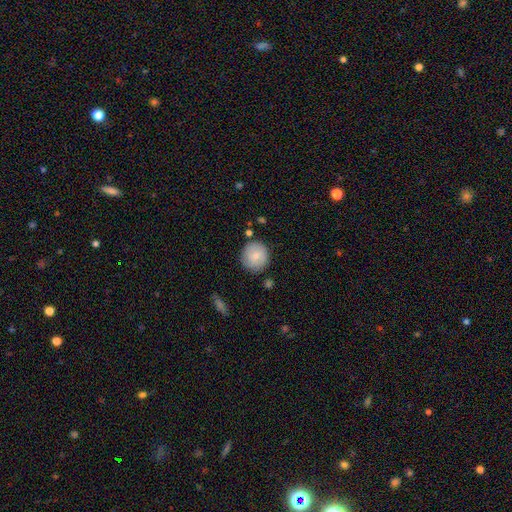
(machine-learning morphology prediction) Smooth or featured: smooth — 70% (featured or disk — 23%)
How rounded: round — 90% (in between — 9%)
Merging: none — 78% (minor disturbance — 15%)